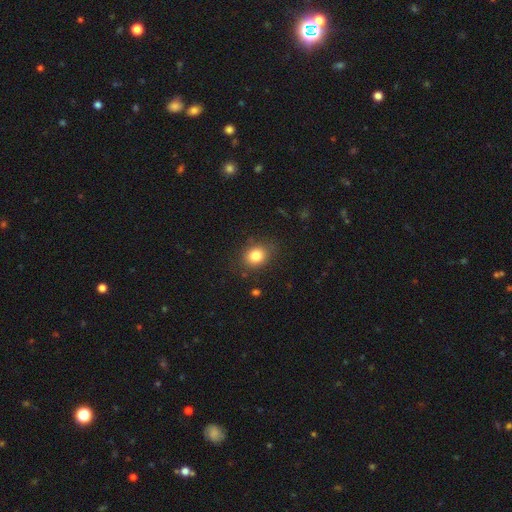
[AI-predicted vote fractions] smooth_or_featured: smooth (p=0.82) [alt: star or artifact p=0.11]
how_rounded: round (p=0.60) [alt: in between p=0.39]
merging: none (p=0.83) [alt: minor disturbance p=0.12]